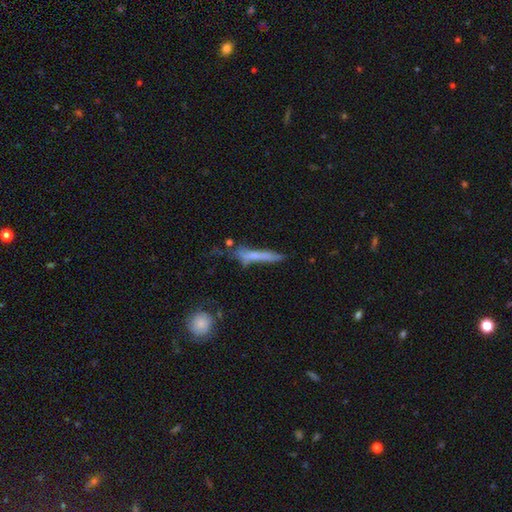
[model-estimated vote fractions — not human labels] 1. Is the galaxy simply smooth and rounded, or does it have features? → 54% smooth, 36% featured or disk, 10% star or artifact.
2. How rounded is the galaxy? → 92% cigar-shaped, 6% in between, 2% round.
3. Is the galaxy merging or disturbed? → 50% none, 25% minor disturbance, 15% major disturbance, 10% merger.